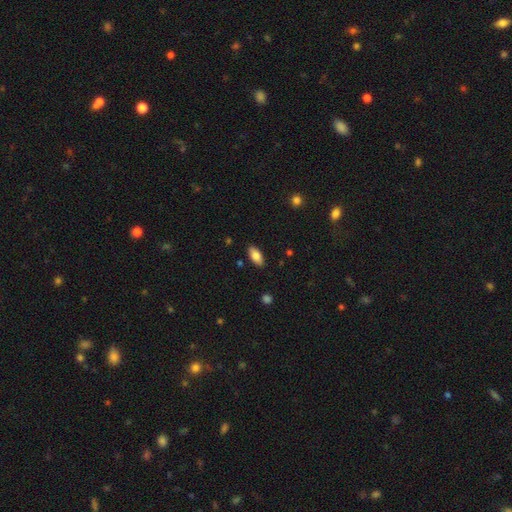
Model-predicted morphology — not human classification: The model was most divided on "smooth or featured": smooth: 83%, featured or disk: 10%, star or artifact: 7%. More confident: how rounded — in between (89%); merging — none (87%).